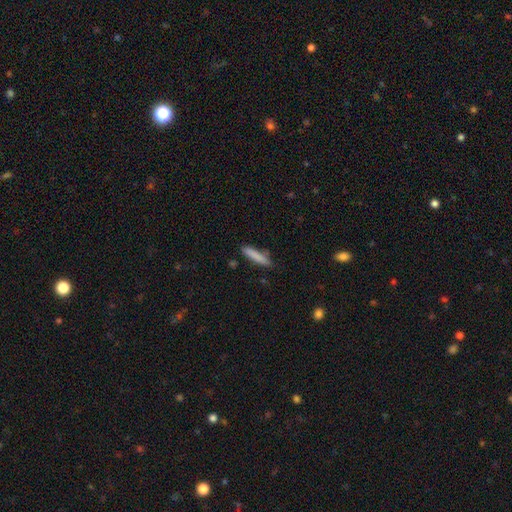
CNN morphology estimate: A smooth galaxy with no disk features (84%) that is cigar-shaped (87%).

Vote fractions:
- Smooth or featured? smooth: 84% / featured or disk: 10% / star or artifact: 6%
- How rounded? cigar-shaped: 87% / in between: 12% / round: 1%
- Merging? none: 82% / minor disturbance: 12% / merger: 3% / major disturbance: 2%